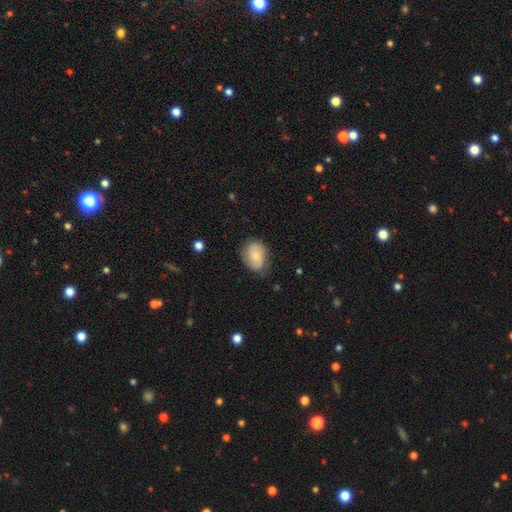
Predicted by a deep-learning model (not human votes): smooth-or-featured: smooth: 54% | featured or disk: 39% | star or artifact: 7%
  how-rounded: in between: 67% | round: 32% | cigar-shaped: 1%
  merging: none: 71% | minor disturbance: 22% | major disturbance: 6% | merger: 1%